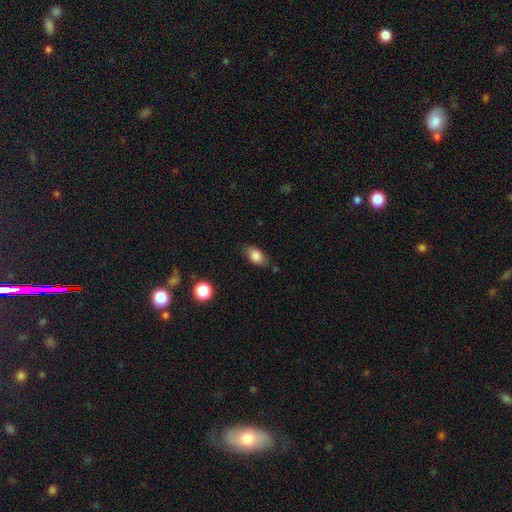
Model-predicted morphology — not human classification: smooth_or_featured: smooth (p=0.82) [alt: featured or disk p=0.10]
how_rounded: in between (p=0.87) [alt: round p=0.08]
merging: none (p=0.74) [alt: minor disturbance p=0.19]